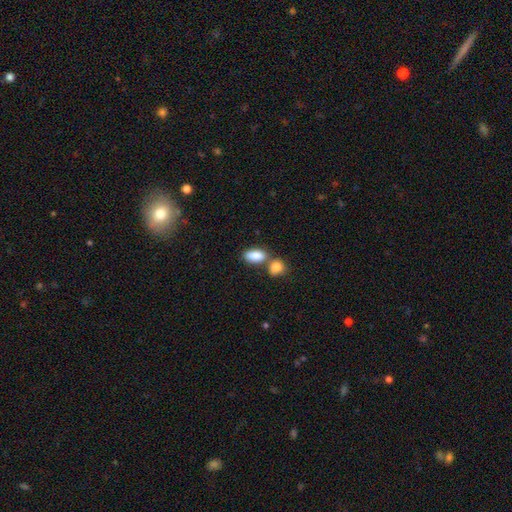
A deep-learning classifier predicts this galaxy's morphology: smooth_or_featured: smooth (p=0.87) [alt: star or artifact p=0.07]
how_rounded: in between (p=0.89) [alt: round p=0.06]
merging: none (p=0.46) [alt: merger p=0.40]